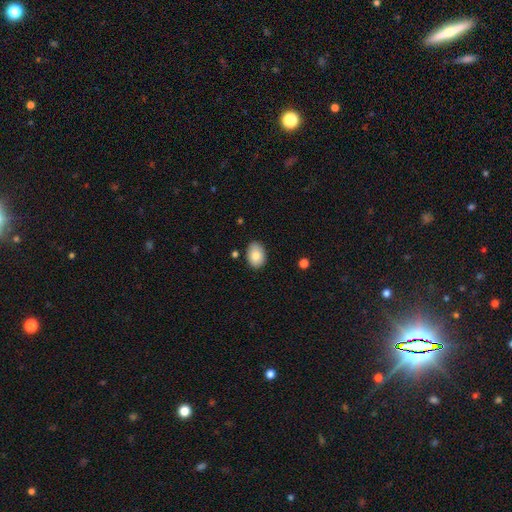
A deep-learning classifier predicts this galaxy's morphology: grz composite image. It shows a smooth galaxy with no disk features (82%) that is in between round and cigar-shaped (81%). Merging: none (83%).